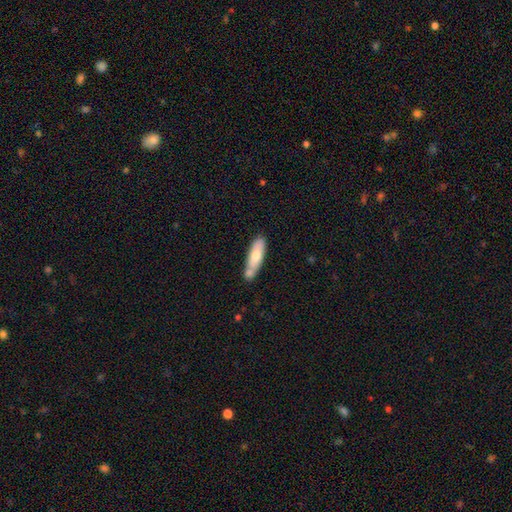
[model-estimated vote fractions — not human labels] This is likely a smooth galaxy (61%). How rounded: possibly cigar-shaped (57%). Merging: possibly none (58%).